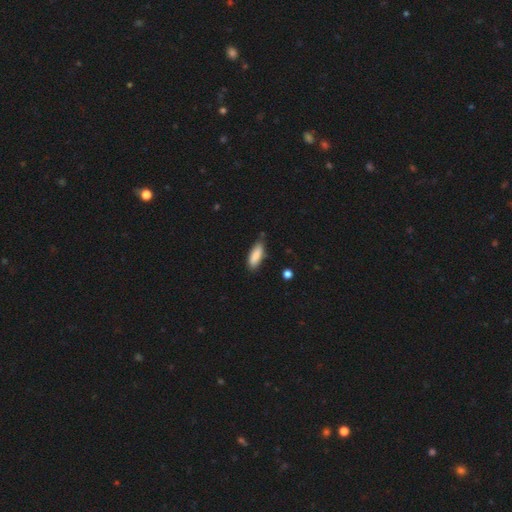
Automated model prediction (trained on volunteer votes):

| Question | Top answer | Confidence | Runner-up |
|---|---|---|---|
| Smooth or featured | smooth | 86% | featured or disk (8%) |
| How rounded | in between | 62% | cigar-shaped (37%) |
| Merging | none | 70% | minor disturbance (24%) |